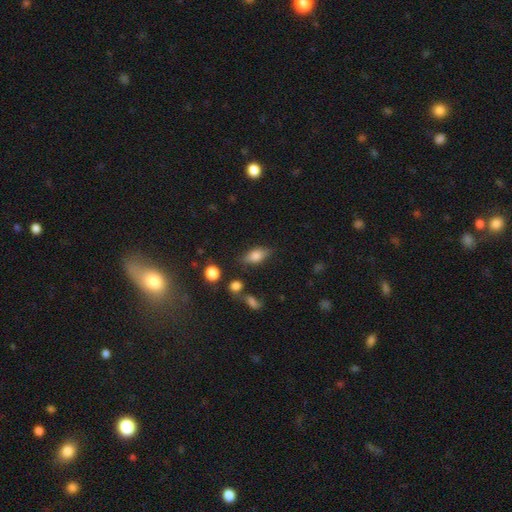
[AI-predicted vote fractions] This appears to be a smooth galaxy with no disk features (69%) that is in between round and cigar-shaped (81%). Merging: none (75%).